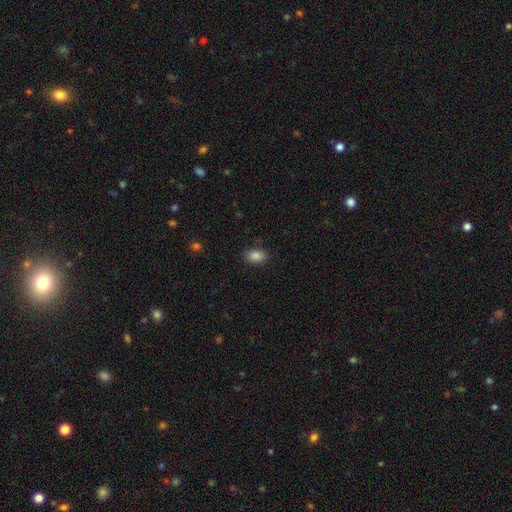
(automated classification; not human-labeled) Smooth or featured? smooth (86%)
How rounded? in between (84%)
Merging? none (87%)